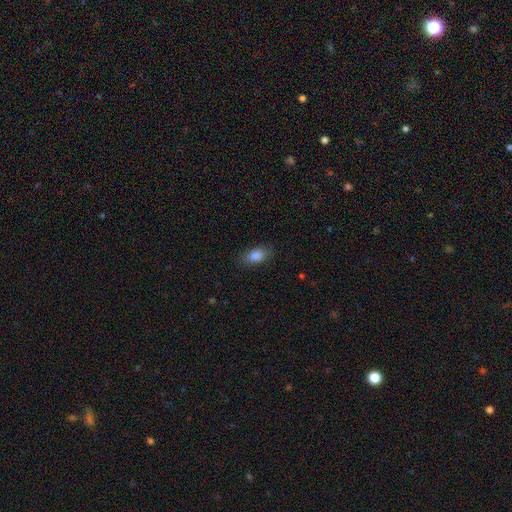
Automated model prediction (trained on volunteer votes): smooth 84%, featured or disk 8%, star or artifact 8%. Down the decision tree: how rounded — in between (86%); merging — none (82%).